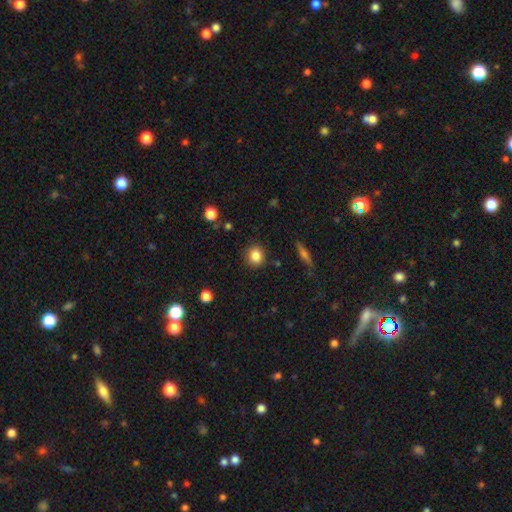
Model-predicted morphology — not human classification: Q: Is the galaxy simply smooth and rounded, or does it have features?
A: smooth — 84%.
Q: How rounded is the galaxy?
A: round — 81%.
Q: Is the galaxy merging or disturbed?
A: none — 88%.